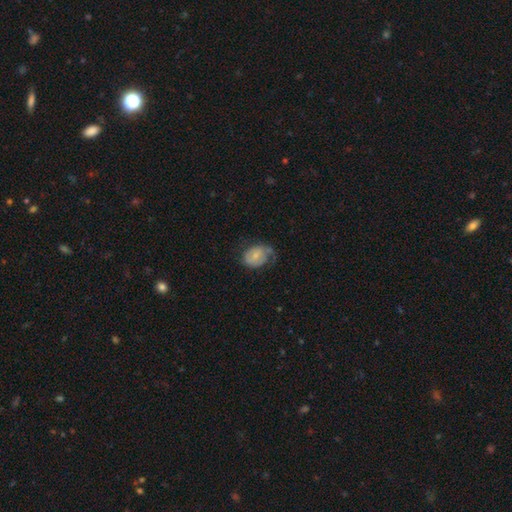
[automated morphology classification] Smooth or featured: smooth — 52% (featured or disk — 41%)
How rounded: in between — 63% (round — 36%)
Merging: none — 39% (minor disturbance — 33%)